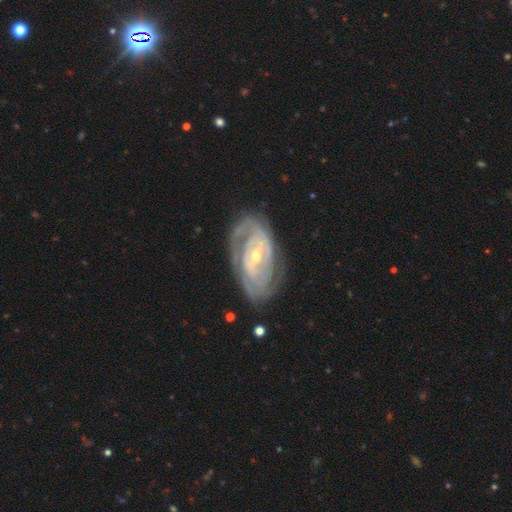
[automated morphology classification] Smooth or featured? Predicted: featured or disk (p=0.86). Edge-on disk? Predicted: no (p=0.95). Bar? Predicted: weak (p=0.41). Spiral arms? Predicted: yes (p=0.91). Spiral winding? Predicted: tight (p=0.73). Spiral arm count? Predicted: can't tell (p=0.36). Bulge size? Predicted: small (p=0.59). Merging? Predicted: none (p=0.73).